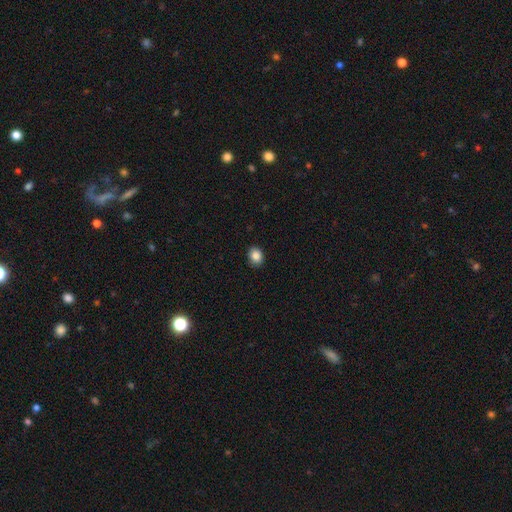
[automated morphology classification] This is clearly a smooth galaxy (86%). How rounded: possibly in between (50%). Merging: clearly none (89%).